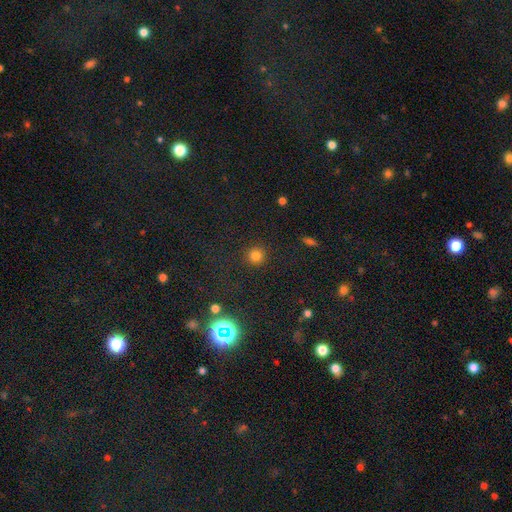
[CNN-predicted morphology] A smooth galaxy with no disk features (79%) that is round (94%).

Vote fractions:
- Smooth or featured? smooth: 79% / star or artifact: 16% / featured or disk: 5%
- How rounded? round: 94% / in between: 5% / cigar-shaped: 1%
- Merging? none: 90% / minor disturbance: 6% / major disturbance: 2% / merger: 2%